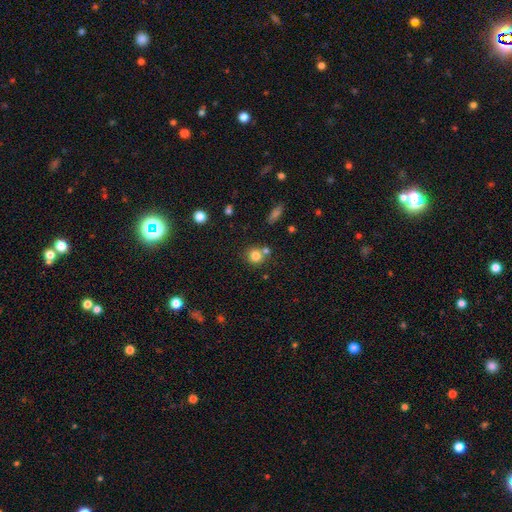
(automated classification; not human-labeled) This is clearly a smooth galaxy (80%). How rounded: clearly round (87%). Merging: likely none (62%).